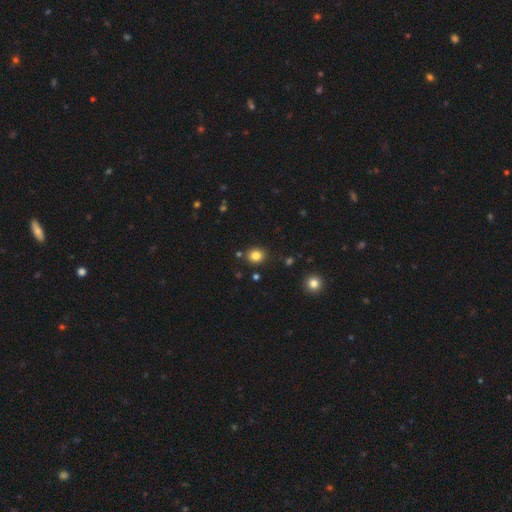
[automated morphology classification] Smooth or featured? smooth (83%)
How rounded? round (77%)
Merging? none (87%)